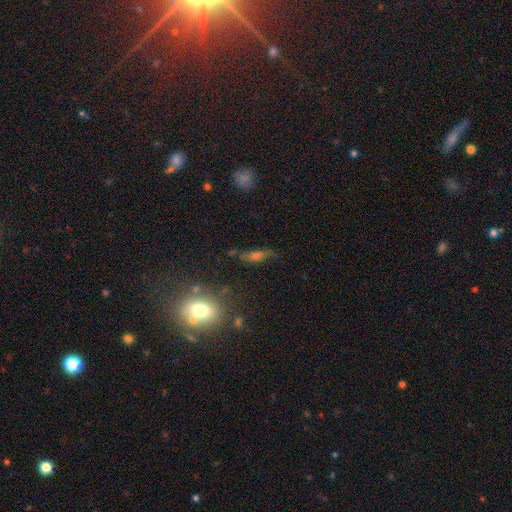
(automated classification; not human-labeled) A featured or disk galaxy (38%).

Vote fractions:
- Smooth or featured? featured or disk: 38% / smooth: 35% / star or artifact: 27%
- Merging? none: 69% / minor disturbance: 17% / major disturbance: 9% / merger: 5%